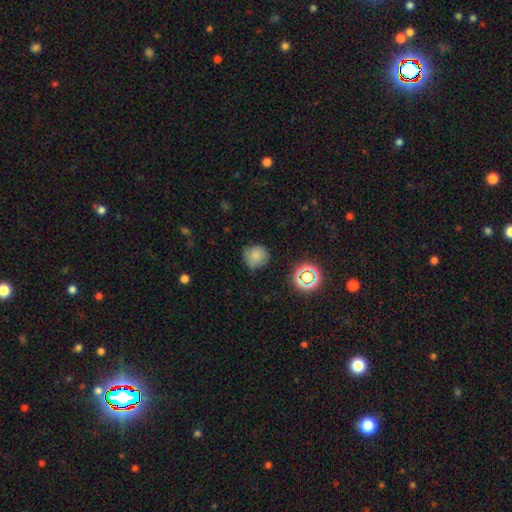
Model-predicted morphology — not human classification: A smooth galaxy with no disk features (76%) that is round (90%). Merging: none (73%).